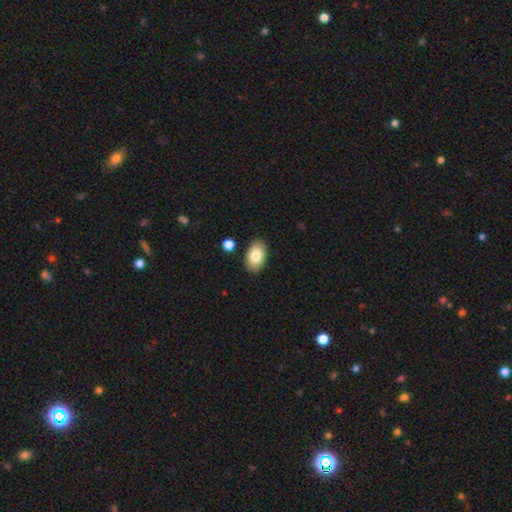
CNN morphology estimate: type=smooth (82%); roundness=in between (93%); merging=none (87%).